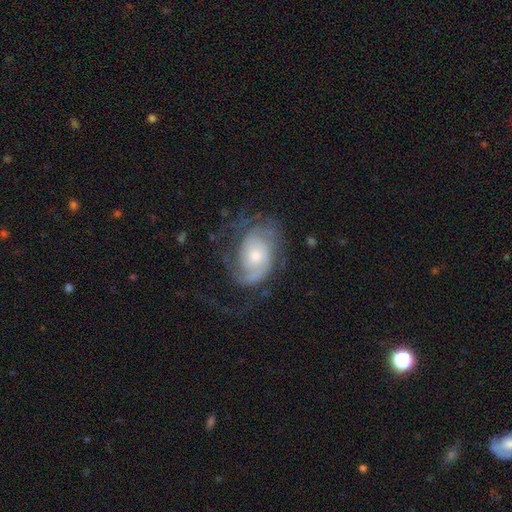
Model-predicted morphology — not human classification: type=featured or disk (81%); edge-on=no (97%); bar=no (73%); spiral arms=yes (92%); winding=tight (48%); arm count=2 (41%); bulge=moderate (54%); merging=none (58%).